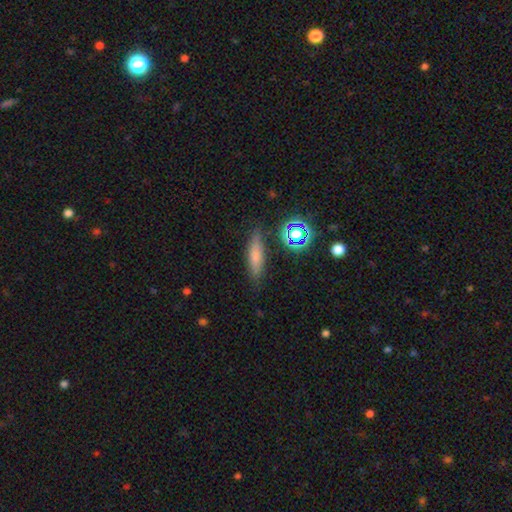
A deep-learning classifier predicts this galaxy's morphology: Overall: smooth (68%). How rounded: cigar-shaped (67%; in between 28%). Merging: none (82%).